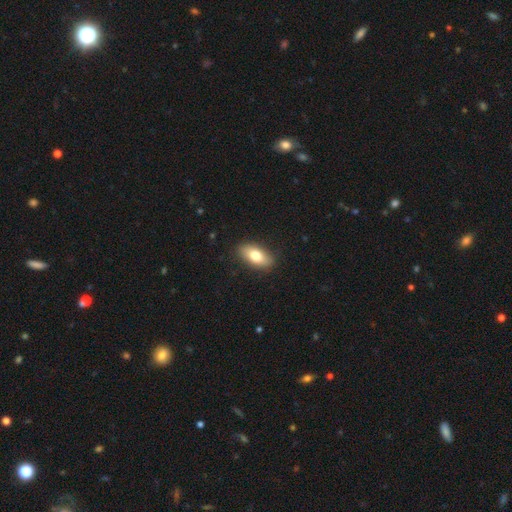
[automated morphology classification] Overall: smooth (76%). How rounded: in between (88%). Merging: none (87%).